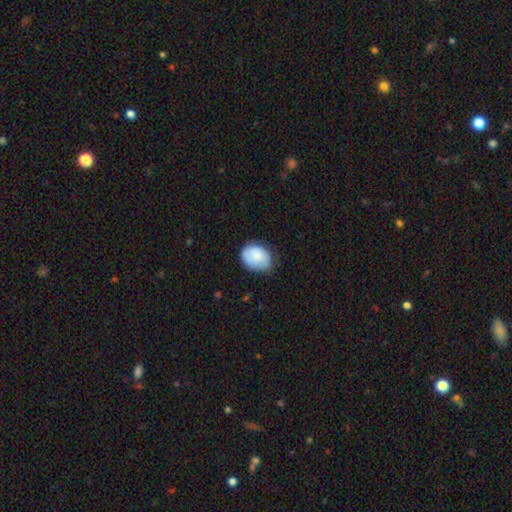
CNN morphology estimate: This appears to be a smooth galaxy with no disk features (77%) that is in between round and cigar-shaped (66%). Merging: none (66%).